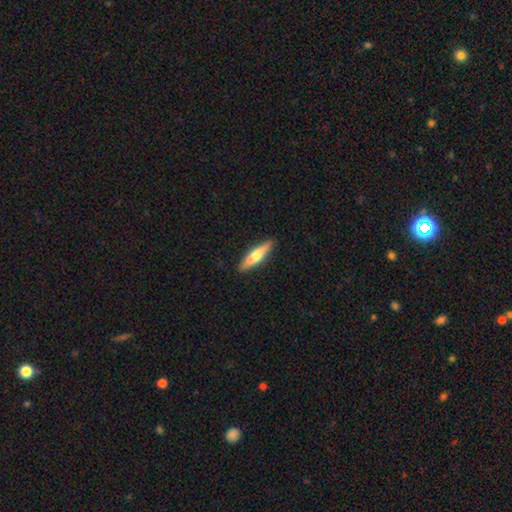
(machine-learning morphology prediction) Smooth or featured: smooth — 52% (featured or disk — 42%)
How rounded: cigar-shaped — 79% (in between — 20%)
Merging: none — 90% (minor disturbance — 7%)